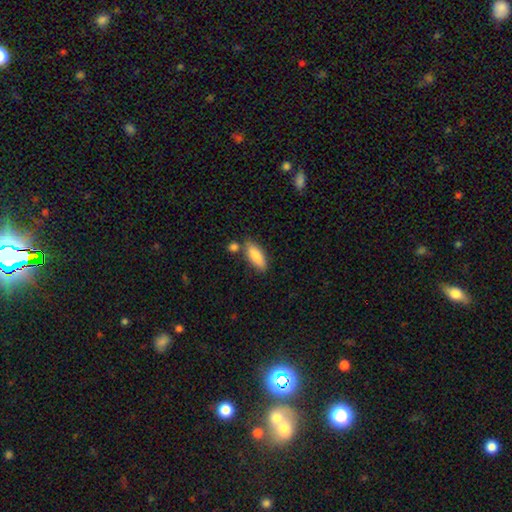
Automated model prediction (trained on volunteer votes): smooth-or-featured: smooth: 84% | featured or disk: 9% | star or artifact: 6%
  how-rounded: in between: 75% | cigar-shaped: 22% | round: 2%
  merging: none: 70% | minor disturbance: 14% | merger: 13% | major disturbance: 3%